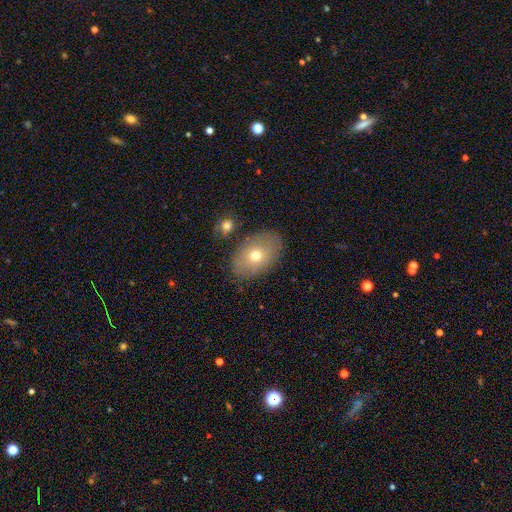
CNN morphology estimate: Smooth or featured? smooth (67%)
How rounded? in between (85%)
Merging? none (81%)